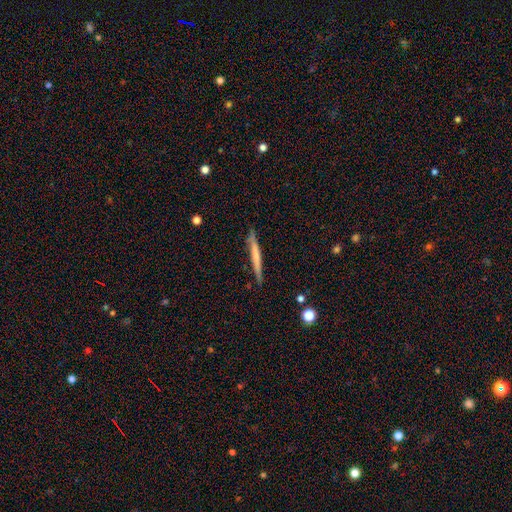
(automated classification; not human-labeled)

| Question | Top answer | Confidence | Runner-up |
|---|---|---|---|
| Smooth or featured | smooth | 52% | featured or disk (42%) |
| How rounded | cigar-shaped | 96% | in between (2%) |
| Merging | none | 87% | minor disturbance (10%) |